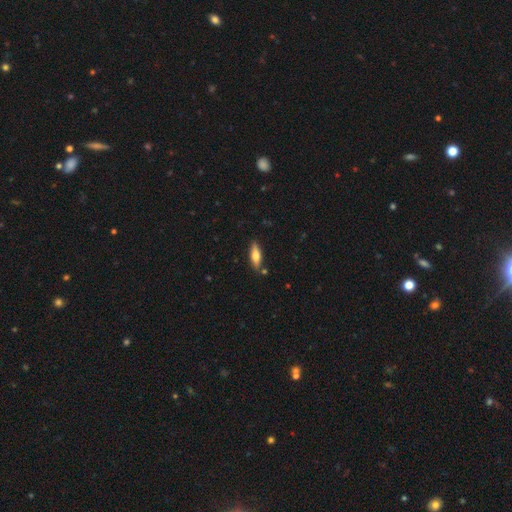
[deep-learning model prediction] A smooth galaxy with no disk features (55%) that is in between round and cigar-shaped (50%). Merging: none (83%).